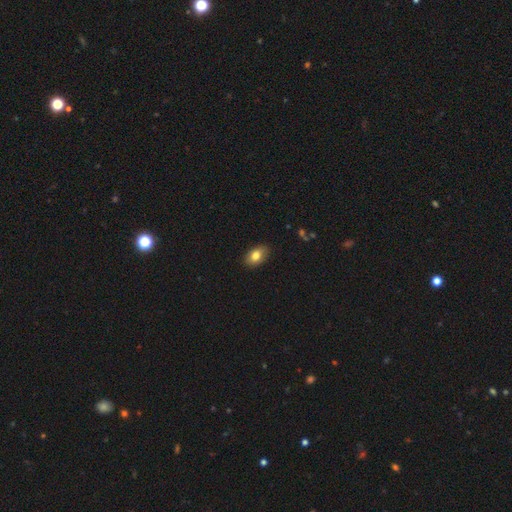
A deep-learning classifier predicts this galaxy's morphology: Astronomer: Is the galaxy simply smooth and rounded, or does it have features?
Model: smooth — 81%.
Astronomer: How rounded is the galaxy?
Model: in between — 88%.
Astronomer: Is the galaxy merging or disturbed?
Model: none — 87%.